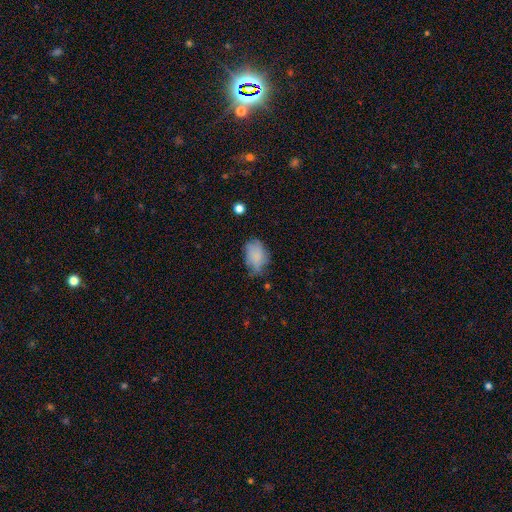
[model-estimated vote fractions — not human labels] Overall: smooth (78%). How rounded: in between (84%). Merging: none (55%; minor disturbance 33%).